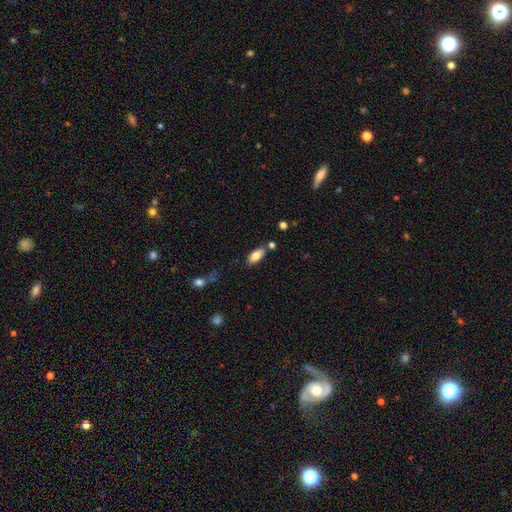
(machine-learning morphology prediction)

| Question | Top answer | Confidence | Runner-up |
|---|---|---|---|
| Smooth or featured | smooth | 79% | featured or disk (14%) |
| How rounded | in between | 86% | cigar-shaped (12%) |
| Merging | none | 75% | minor disturbance (13%) |